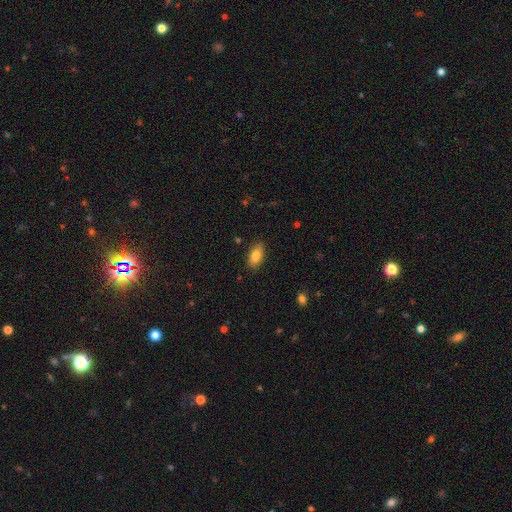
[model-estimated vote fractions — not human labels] This is clearly a smooth galaxy (81%). How rounded: clearly in between (91%). Merging: clearly none (87%).